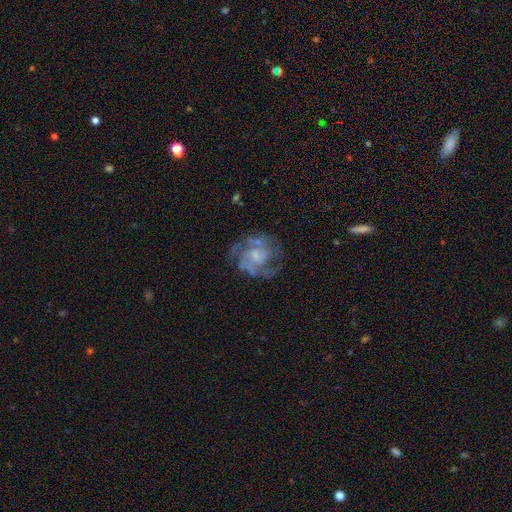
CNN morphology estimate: Overall: featured or disk (80%). Edge-on disk: no (98%). Bar: no (61%; weak 33%). Spiral arms: yes (87%). Spiral arm count: 2 (44%; can't tell 22%). Spiral winding: medium (49%; tight 34%). Bulge size: small (40%; moderate 30%). Merging: none (64%).